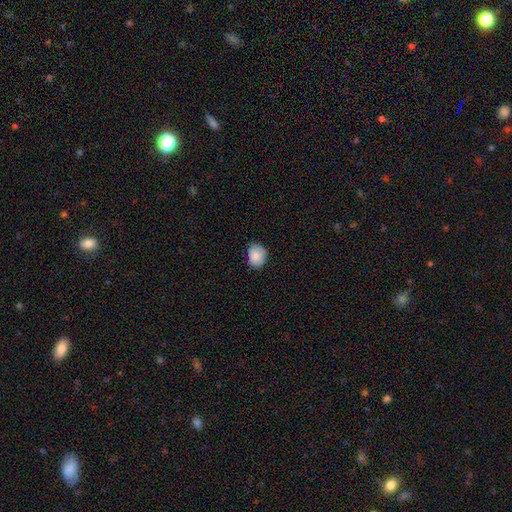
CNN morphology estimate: Smooth or featured? Predicted: smooth (p=0.86). How rounded? Predicted: in between (p=0.52). Merging? Predicted: none (p=0.77).